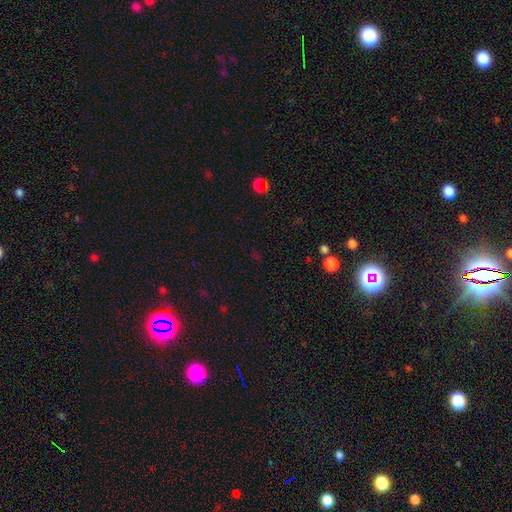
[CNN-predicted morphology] type=star or artifact (64%).